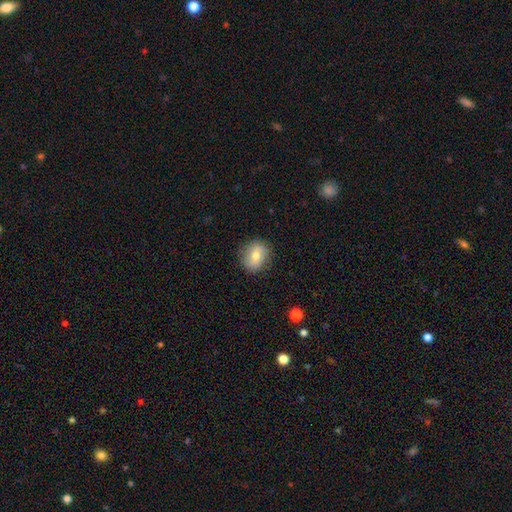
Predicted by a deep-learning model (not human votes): Morphology: type=smooth (71%); roundness=round (66%); merging=none (86%).